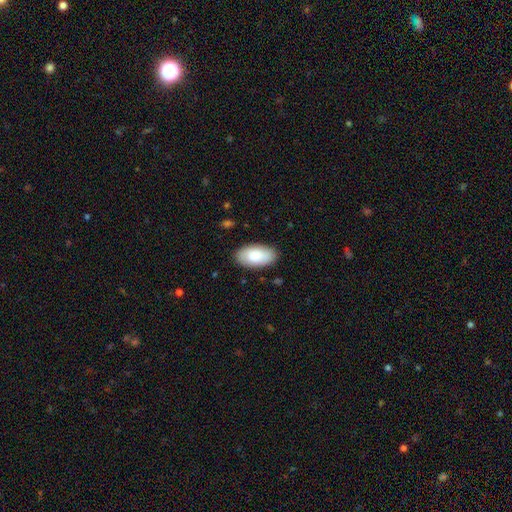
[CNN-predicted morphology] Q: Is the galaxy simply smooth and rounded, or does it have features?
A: smooth — 85%.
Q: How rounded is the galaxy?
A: in between — 96%.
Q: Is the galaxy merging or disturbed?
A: none — 86%.